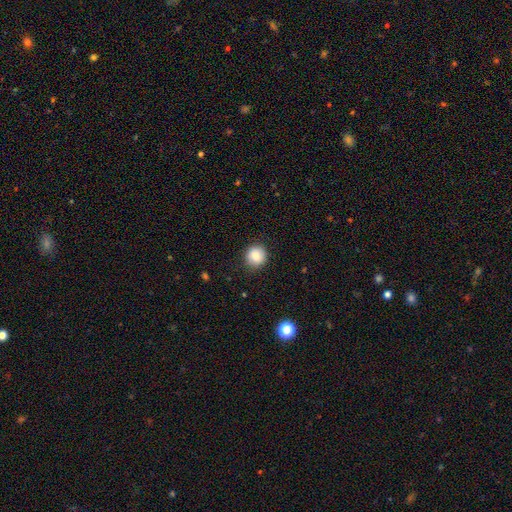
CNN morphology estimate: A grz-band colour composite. It shows a smooth galaxy with no disk features (87%) that is round (88%). Merging: none (88%).